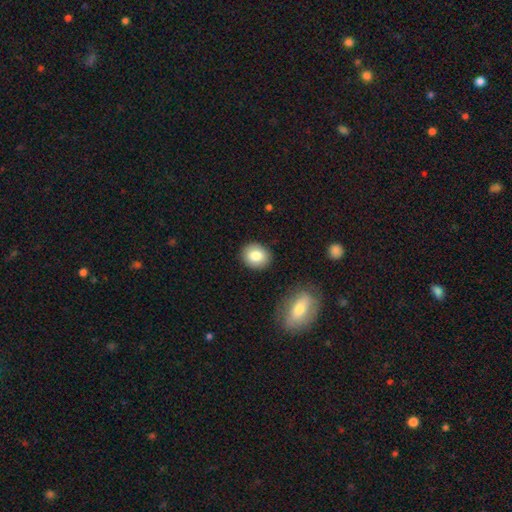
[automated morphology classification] This is clearly a smooth galaxy (82%). How rounded: likely round (68%). Merging: clearly none (89%).